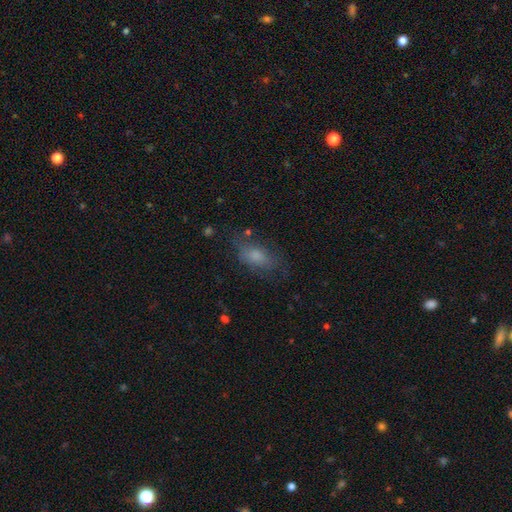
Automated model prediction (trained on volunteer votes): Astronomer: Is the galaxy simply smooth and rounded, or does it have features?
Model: smooth — 70%.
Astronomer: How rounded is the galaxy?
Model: in between — 82%.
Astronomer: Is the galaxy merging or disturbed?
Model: none — 61%.